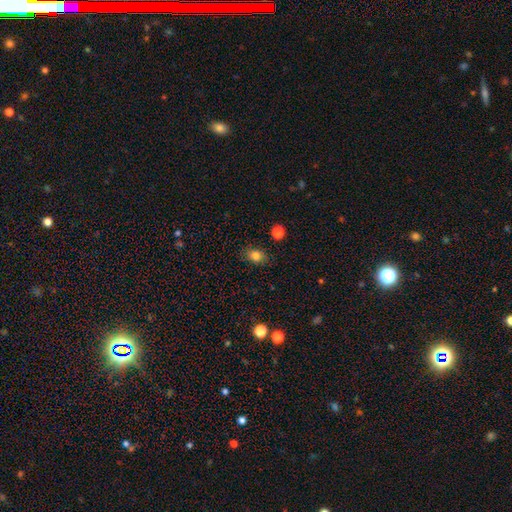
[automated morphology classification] Overall: smooth (80%). How rounded: in between (60%; round 39%). Merging: none (84%).